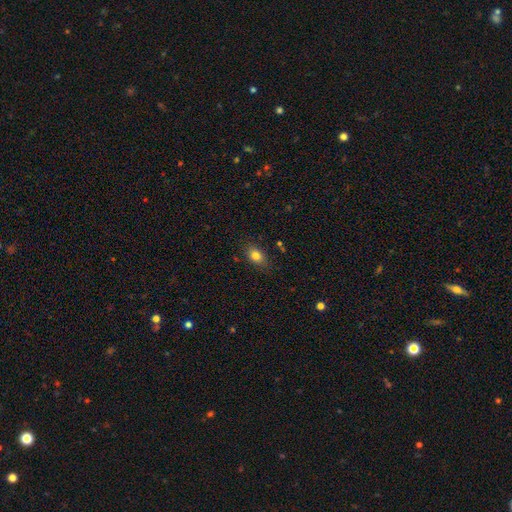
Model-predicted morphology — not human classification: The model was most divided on "how rounded": in between: 78%, round: 19%, cigar-shaped: 2%. More confident: merging — none (81%); smooth or featured — smooth (81%).